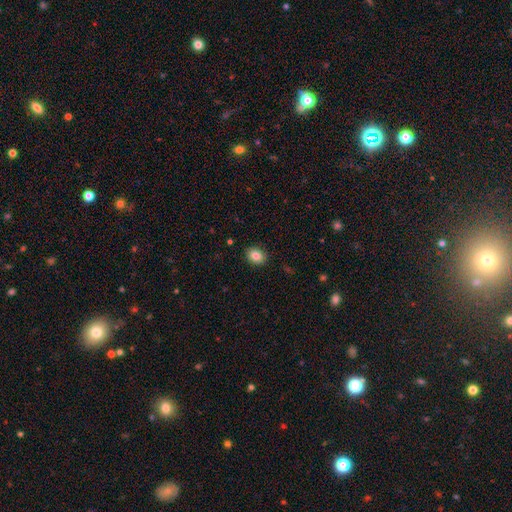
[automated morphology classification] Q: Smooth or featured?
A: smooth (85%); runner-up: star or artifact (9%)
Q: How rounded?
A: in between (55%); runner-up: round (44%)
Q: Merging?
A: none (90%); runner-up: minor disturbance (7%)